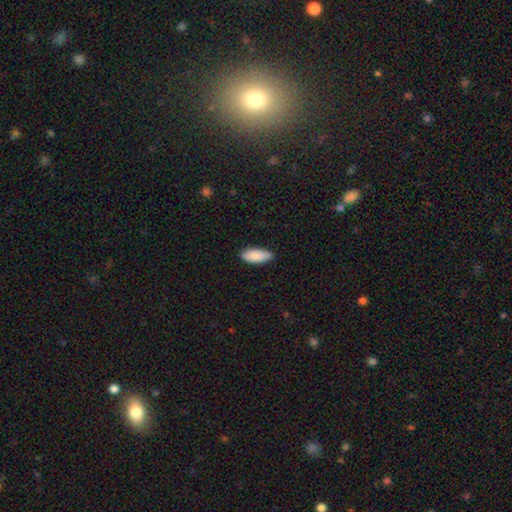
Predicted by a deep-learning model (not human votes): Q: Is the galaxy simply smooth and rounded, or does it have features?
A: smooth — 89%.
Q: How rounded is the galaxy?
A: in between — 79%.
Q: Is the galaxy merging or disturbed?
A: none — 87%.